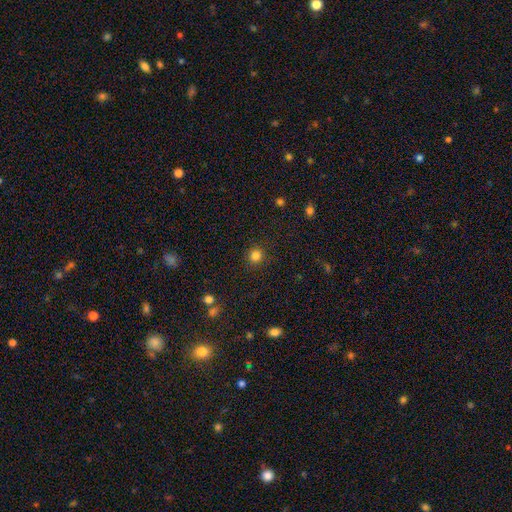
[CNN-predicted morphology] Smooth or featured? smooth (83%)
How rounded? round (93%)
Merging? none (91%)